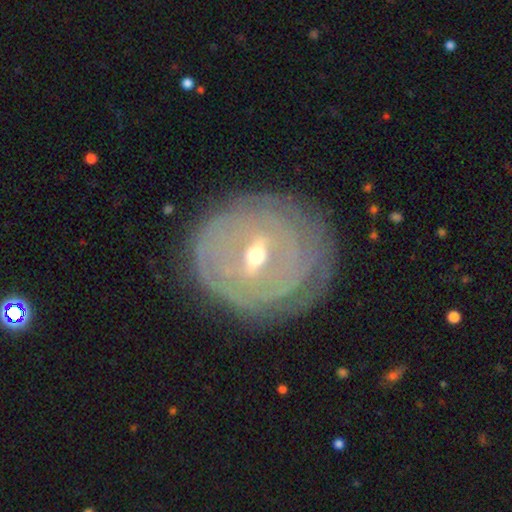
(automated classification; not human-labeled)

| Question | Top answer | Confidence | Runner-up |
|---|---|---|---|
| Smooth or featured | featured or disk | 81% | smooth (12%) |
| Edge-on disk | no | 94% | yes (6%) |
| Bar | weak | 51% | strong (32%) |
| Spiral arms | yes | 80% | no (20%) |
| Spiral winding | tight | 88% | medium (9%) |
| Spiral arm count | can't tell | 55% | more than 4 (11%) |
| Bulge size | moderate | 49% | small (48%) |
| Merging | none | 81% | minor disturbance (13%) |